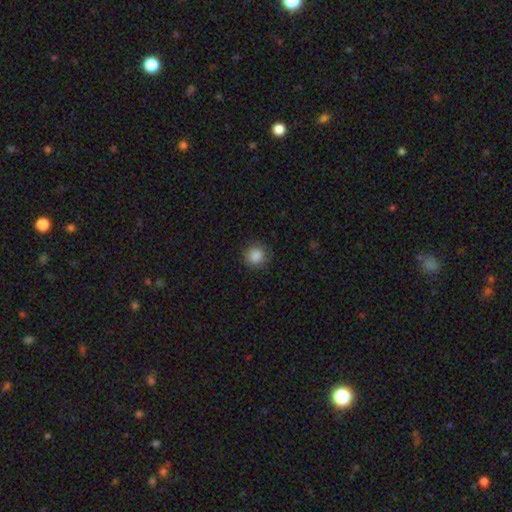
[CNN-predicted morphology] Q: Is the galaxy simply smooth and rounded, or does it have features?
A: smooth — 87%.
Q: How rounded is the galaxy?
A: round — 91%.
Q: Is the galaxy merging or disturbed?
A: none — 85%.